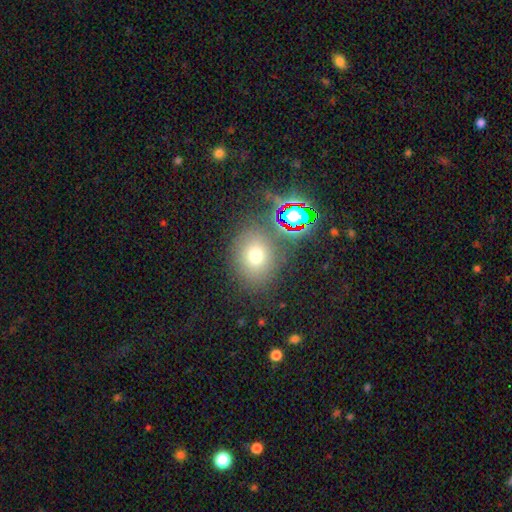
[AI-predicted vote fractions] This appears to be a smooth galaxy with no disk features (66%) that is round (59%). Merging: none (78%).